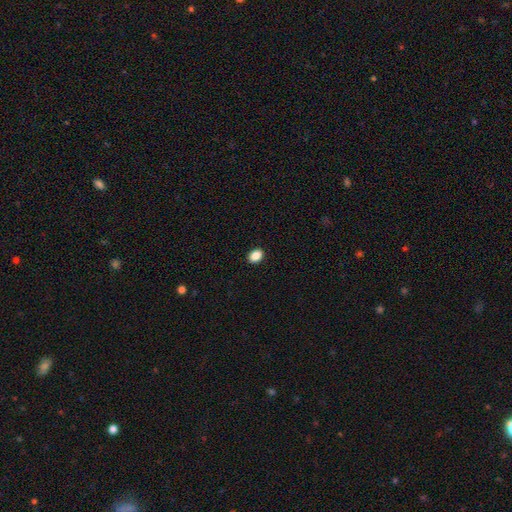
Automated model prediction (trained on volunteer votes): smooth_or_featured: smooth (p=0.88) [alt: star or artifact p=0.09]
how_rounded: in between (p=0.70) [alt: round p=0.29]
merging: none (p=0.91) [alt: minor disturbance p=0.06]